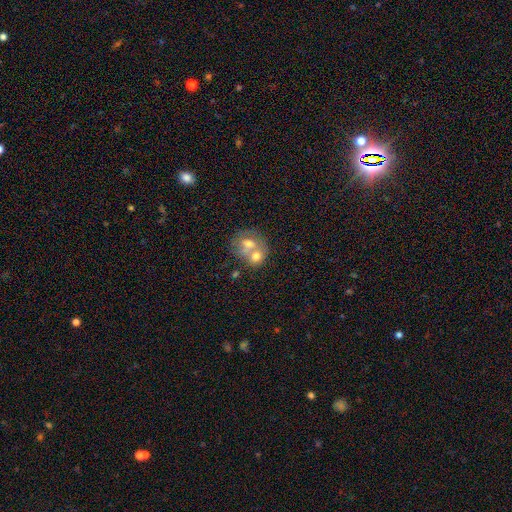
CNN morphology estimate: Smooth or featured: smooth — 53% (featured or disk — 35%)
How rounded: round — 73% (in between — 26%)
Merging: merger — 59% (none — 31%)